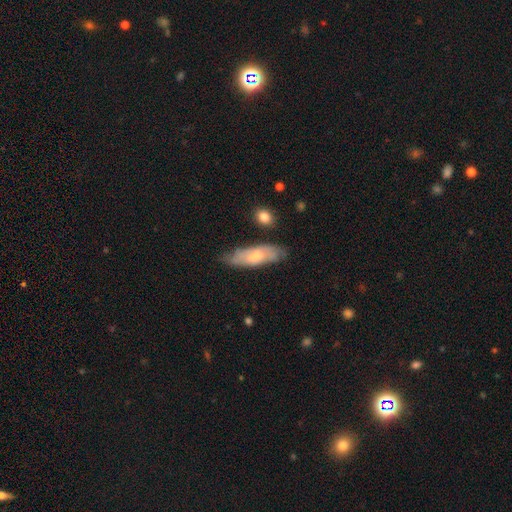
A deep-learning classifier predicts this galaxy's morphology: The model was most divided on "how rounded": in between: 54%, cigar-shaped: 44%, round: 2%. More confident: merging — none (66%); smooth or featured — smooth (58%).